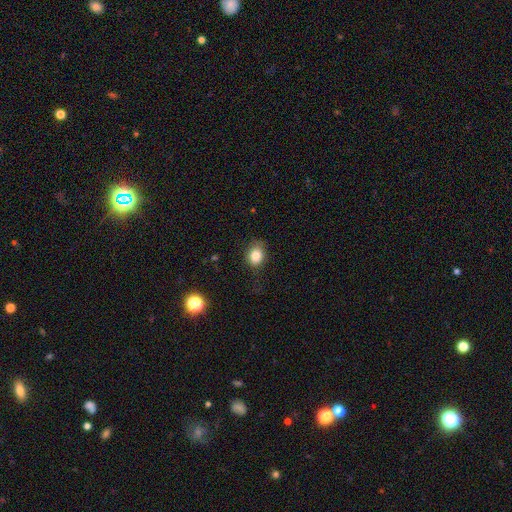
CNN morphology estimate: A smooth galaxy with no disk features (83%) that is round (53%). Merging: none (68%).